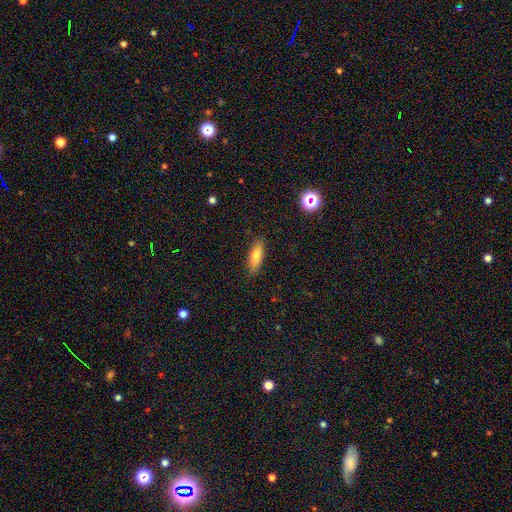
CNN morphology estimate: A smooth galaxy with no disk features (75%) that is in between round and cigar-shaped (52%).

Vote fractions:
- Smooth or featured? smooth: 75% / featured or disk: 17% / star or artifact: 7%
- How rounded? in between: 52% / cigar-shaped: 45% / round: 2%
- Merging? none: 86% / minor disturbance: 11% / major disturbance: 2% / merger: 1%